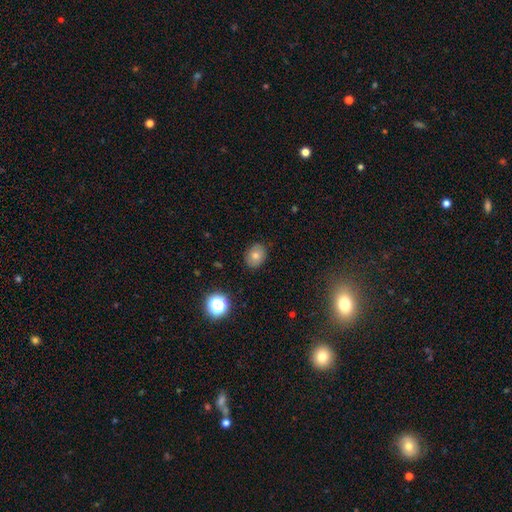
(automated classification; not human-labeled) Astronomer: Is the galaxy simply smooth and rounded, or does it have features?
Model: smooth — 73%.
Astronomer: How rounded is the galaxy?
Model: in between — 51% (runner-up: round, 48%).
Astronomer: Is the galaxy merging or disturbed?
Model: none — 86%.